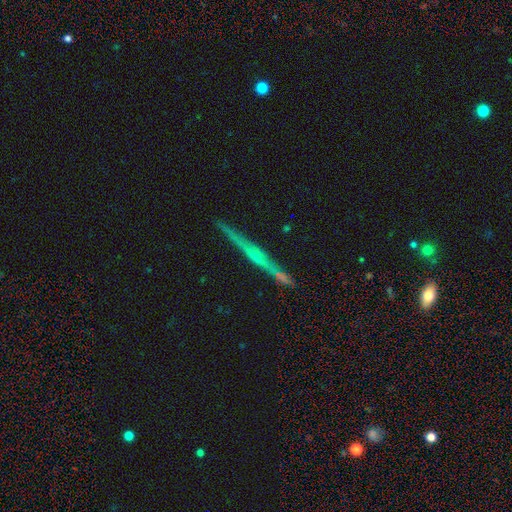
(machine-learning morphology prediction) Smooth or featured: featured or disk — 75% (smooth — 16%)
Edge-on disk: yes — 97% (no — 3%)
Edge-on bulge: rounded — 52% (none — 41%)
Merging: none — 85% (minor disturbance — 9%)